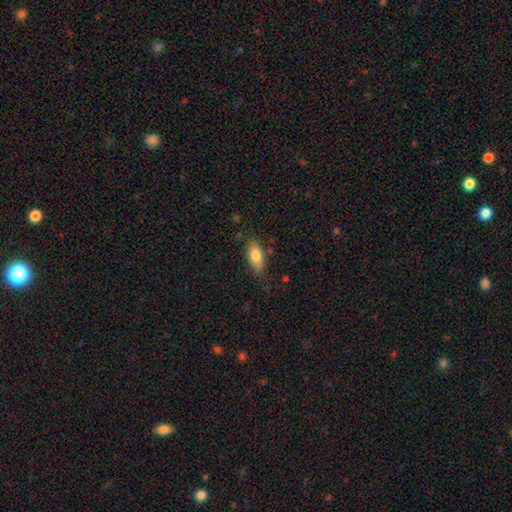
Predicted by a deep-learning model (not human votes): Smooth or featured? Predicted: smooth (p=0.81). How rounded? Predicted: in between (p=0.85). Merging? Predicted: none (p=0.79).